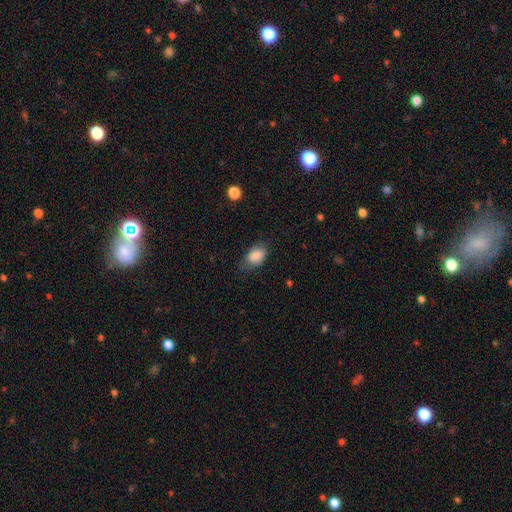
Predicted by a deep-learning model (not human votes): Smooth or featured: smooth — 85% (star or artifact — 8%)
How rounded: in between — 84% (round — 15%)
Merging: none — 64% (minor disturbance — 26%)